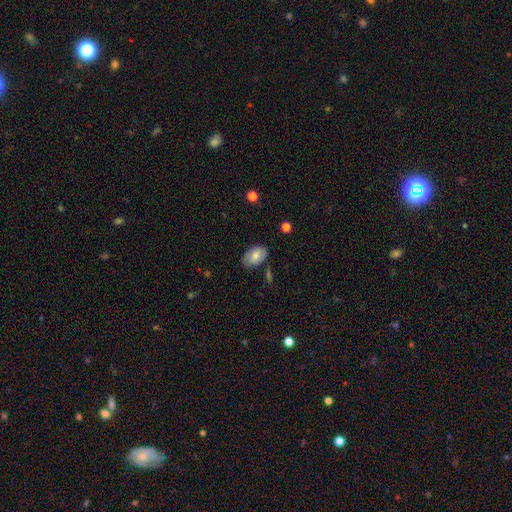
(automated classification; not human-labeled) Morphology: type=smooth (69%); roundness=in between (89%); merging=none (72%).